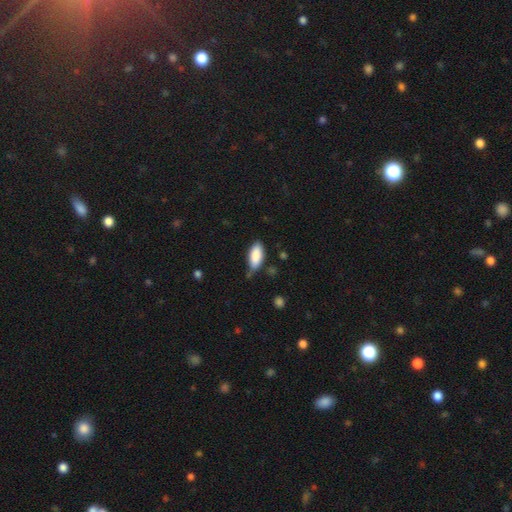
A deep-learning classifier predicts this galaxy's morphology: Q: Smooth or featured?
A: smooth (87%); runner-up: featured or disk (7%)
Q: How rounded?
A: in between (88%); runner-up: cigar-shaped (10%)
Q: Merging?
A: none (59%); runner-up: minor disturbance (31%)